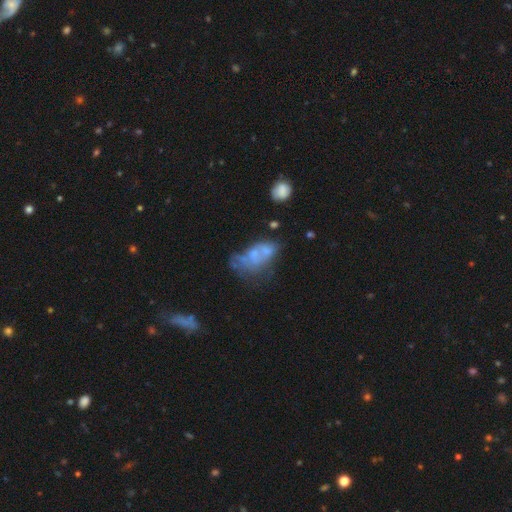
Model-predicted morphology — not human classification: This is marginally a featured or disk galaxy (44%). Merging: marginally merger (35%).